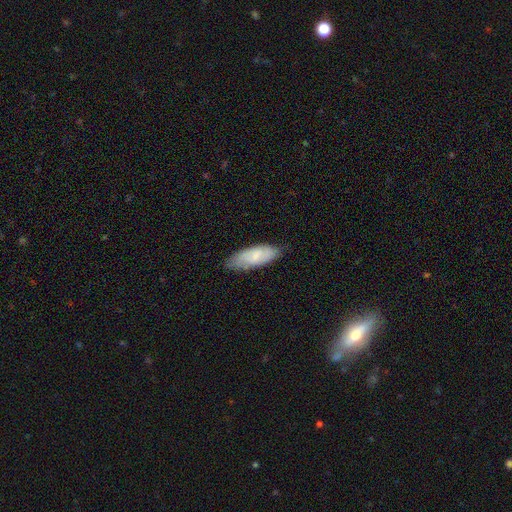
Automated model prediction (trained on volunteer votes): smooth 68%, featured or disk 25%, star or artifact 6%. Down the decision tree: how rounded — in between (68%); merging — none (72%).